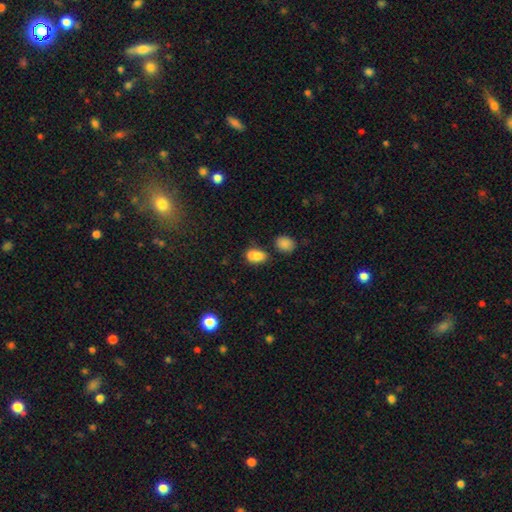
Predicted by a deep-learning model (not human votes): smooth_or_featured: smooth (p=0.81) [alt: star or artifact p=0.10]
how_rounded: in between (p=0.81) [alt: round p=0.17]
merging: none (p=0.54) [alt: minor disturbance p=0.20]